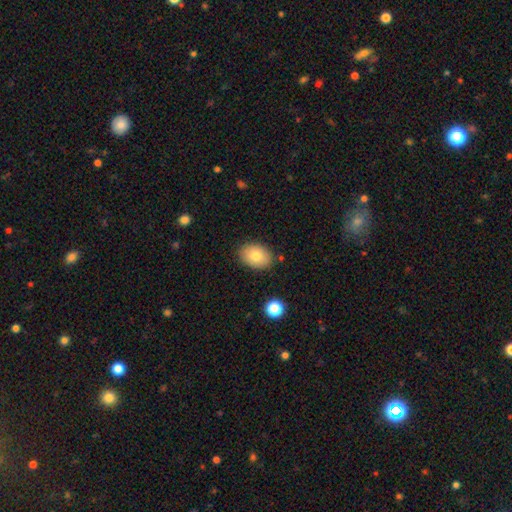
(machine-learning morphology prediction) The model was most divided on "how rounded": in between: 78%, round: 21%, cigar-shaped: 1%. More confident: merging — none (85%); smooth or featured — smooth (79%).